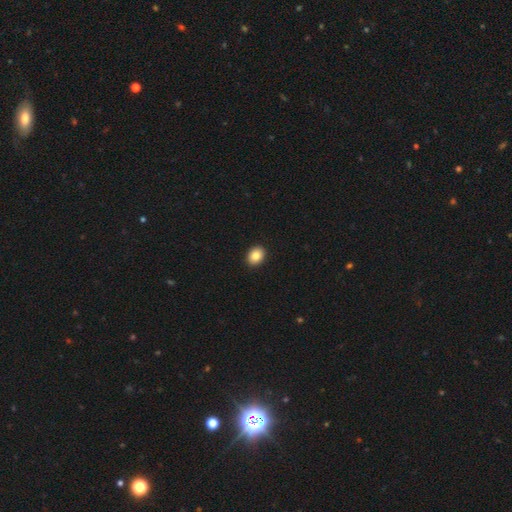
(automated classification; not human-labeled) Q: Smooth or featured?
A: smooth (86%); runner-up: star or artifact (8%)
Q: How rounded?
A: in between (62%); runner-up: round (38%)
Q: Merging?
A: none (92%); runner-up: minor disturbance (5%)